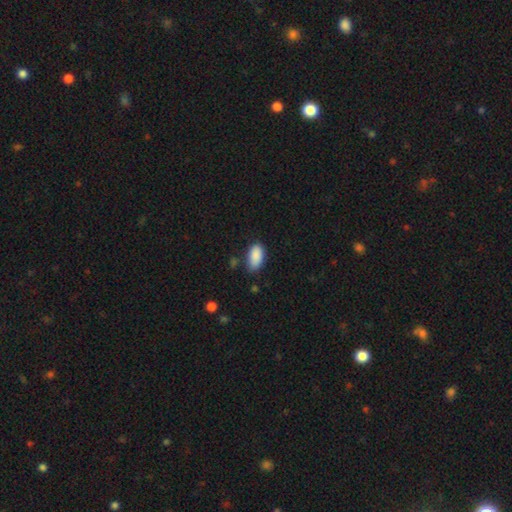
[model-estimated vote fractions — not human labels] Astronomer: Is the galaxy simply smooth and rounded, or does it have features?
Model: smooth — 89%.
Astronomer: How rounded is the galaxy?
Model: in between — 93%.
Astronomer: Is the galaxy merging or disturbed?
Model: none — 73%.